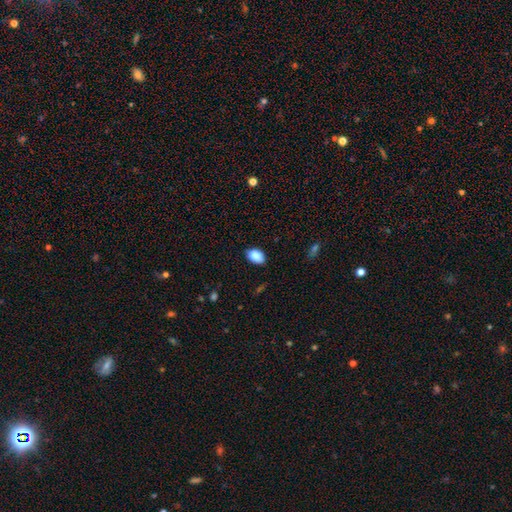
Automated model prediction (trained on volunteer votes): Smooth or featured?
  - smooth: 89% *
  - star or artifact: 7%
  - featured or disk: 4%
How rounded?
  - in between: 88% *
  - round: 11%
  - cigar-shaped: 1%
Merging?
  - none: 82% *
  - minor disturbance: 14%
  - major disturbance: 3%
  - merger: 1%